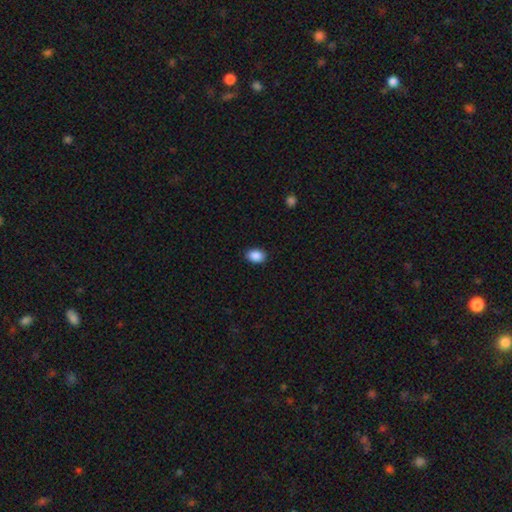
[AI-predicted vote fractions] Smooth or featured? Predicted: smooth (p=0.89). How rounded? Predicted: in between (p=0.78). Merging? Predicted: none (p=0.89).